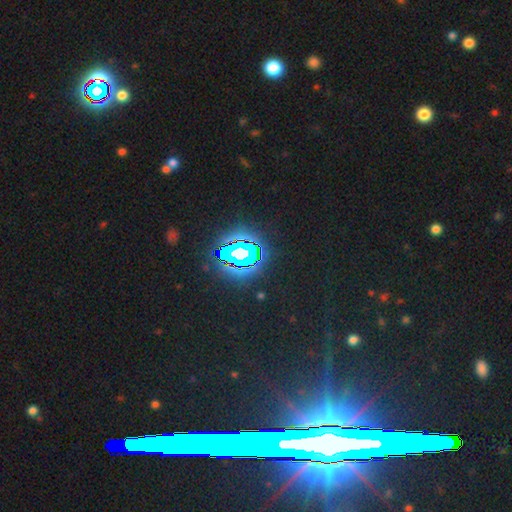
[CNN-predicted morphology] Smooth or featured? Predicted: star or artifact (p=0.80).